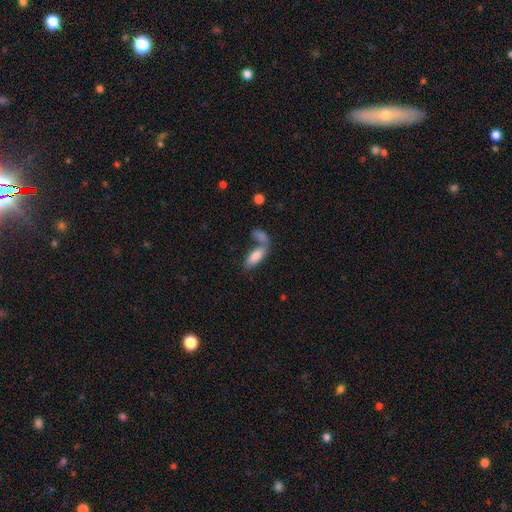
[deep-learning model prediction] Q: Smooth or featured?
A: smooth (82%); runner-up: featured or disk (11%)
Q: How rounded?
A: in between (79%); runner-up: cigar-shaped (18%)
Q: Merging?
A: merger (51%); runner-up: none (34%)